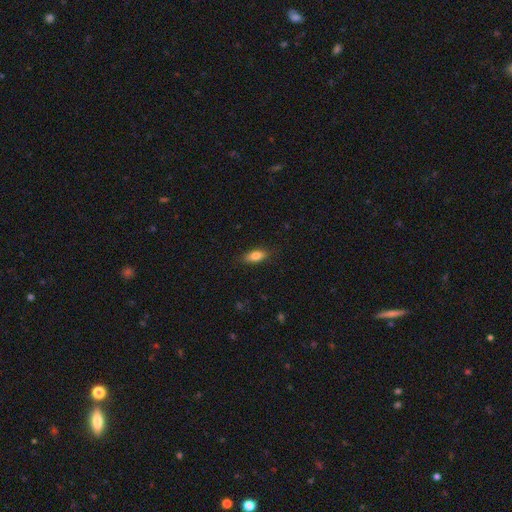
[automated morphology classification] A smooth galaxy with no disk features (82%) that is in between round and cigar-shaped (82%).

Vote fractions:
- Smooth or featured? smooth: 82% / featured or disk: 11% / star or artifact: 7%
- How rounded? in between: 82% / cigar-shaped: 15% / round: 3%
- Merging? none: 85% / minor disturbance: 11% / major disturbance: 3% / merger: 1%